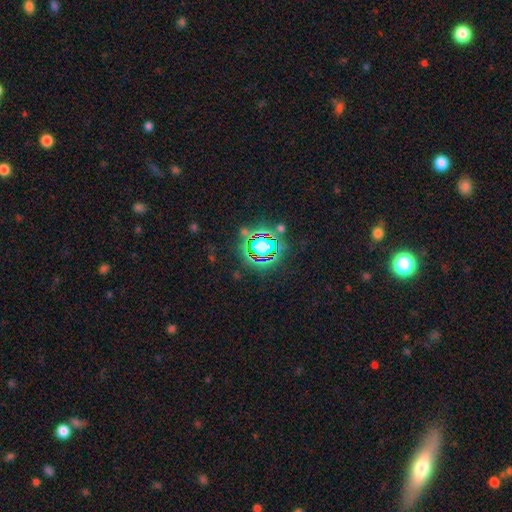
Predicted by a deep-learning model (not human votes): A star or artifact, not a galaxy (78%).